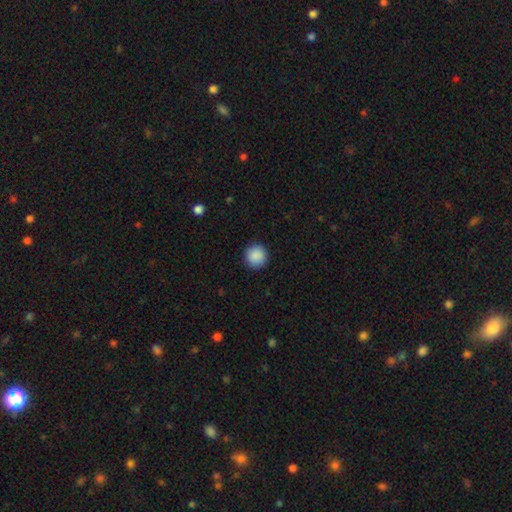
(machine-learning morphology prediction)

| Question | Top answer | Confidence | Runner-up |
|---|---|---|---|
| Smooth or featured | smooth | 89% | star or artifact (8%) |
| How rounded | round | 95% | in between (4%) |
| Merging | none | 92% | minor disturbance (5%) |